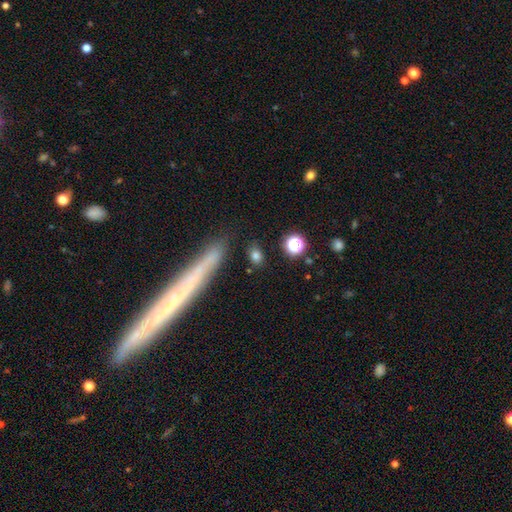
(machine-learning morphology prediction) This is likely a smooth galaxy (78%). How rounded: likely in between (66%). Merging: clearly none (82%).